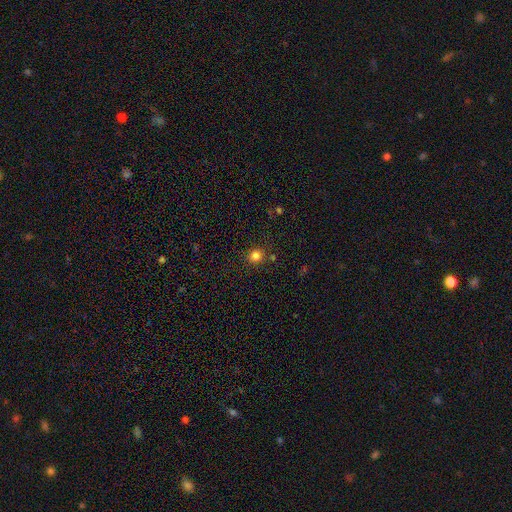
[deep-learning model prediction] smooth_or_featured: smooth (p=0.80) [alt: star or artifact p=0.15]
how_rounded: round (p=0.92) [alt: in between p=0.07]
merging: none (p=0.85) [alt: minor disturbance p=0.08]